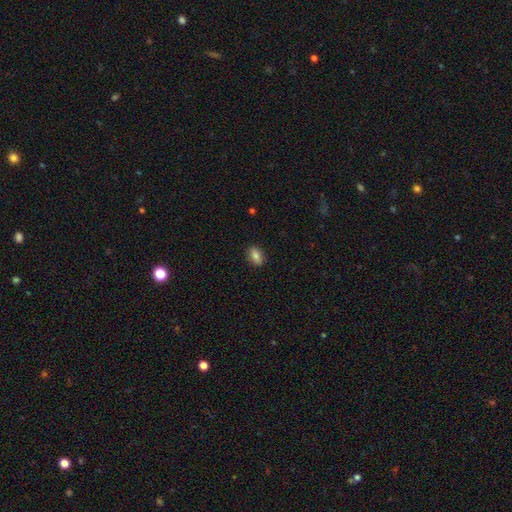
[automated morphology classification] A smooth galaxy with no disk features (80%) that is in between round and cigar-shaped (83%).

Vote fractions:
- Smooth or featured? smooth: 80% / featured or disk: 11% / star or artifact: 8%
- How rounded? in between: 83% / round: 14% / cigar-shaped: 4%
- Merging? none: 89% / minor disturbance: 9% / major disturbance: 2% / merger: 1%